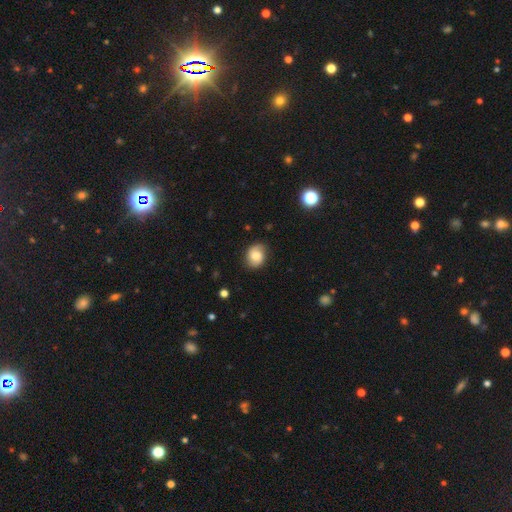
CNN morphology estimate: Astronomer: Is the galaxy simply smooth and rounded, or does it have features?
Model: smooth — 58% (runner-up: featured or disk, 33%).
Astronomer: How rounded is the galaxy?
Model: round — 56% (runner-up: in between, 43%).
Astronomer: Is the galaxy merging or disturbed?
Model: none — 80%.